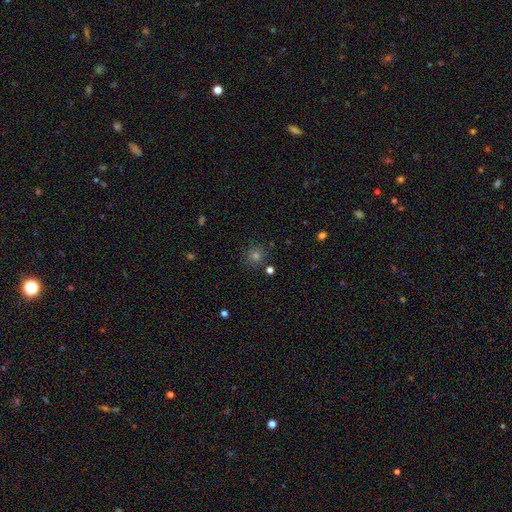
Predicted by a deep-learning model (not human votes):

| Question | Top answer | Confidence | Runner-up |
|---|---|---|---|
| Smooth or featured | smooth | 66% | star or artifact (26%) |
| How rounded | round | 92% | in between (7%) |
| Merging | none | 86% | minor disturbance (8%) |